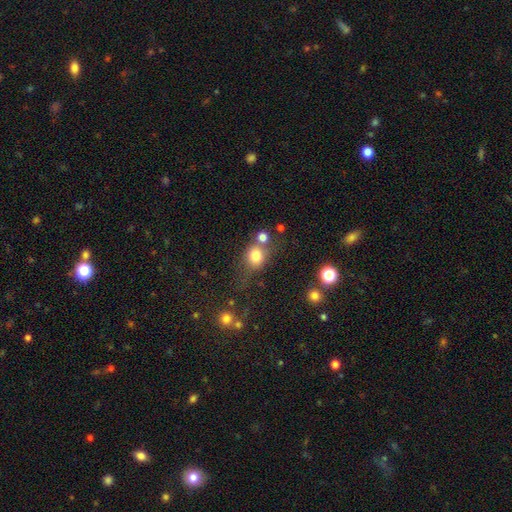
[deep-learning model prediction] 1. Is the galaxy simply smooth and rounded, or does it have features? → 77% smooth, 13% star or artifact, 10% featured or disk.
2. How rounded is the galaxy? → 71% round, 28% in between, 1% cigar-shaped.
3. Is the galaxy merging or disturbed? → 53% none, 22% merger, 16% minor disturbance, 9% major disturbance.